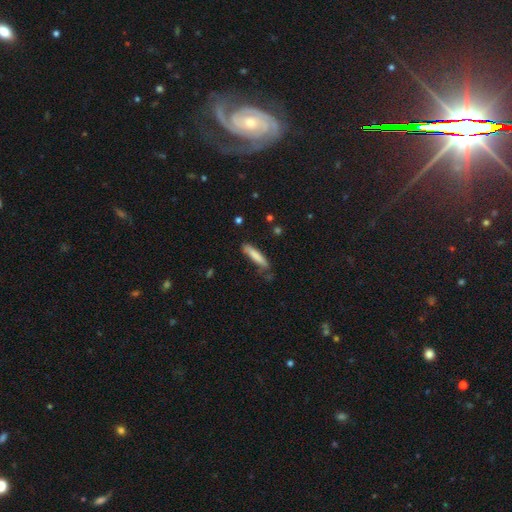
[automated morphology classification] This is likely a smooth galaxy (77%). How rounded: clearly cigar-shaped (86%). Merging: likely none (66%).